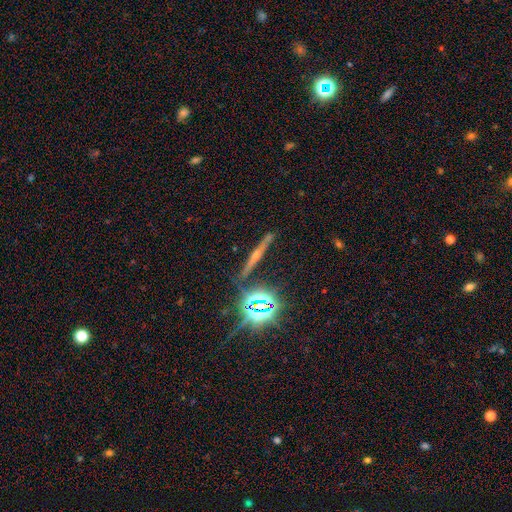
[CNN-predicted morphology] A featured or disk galaxy (57%) viewed edge-on (96%) with a rounded central bulge (81%).

Vote fractions:
- Smooth or featured? featured or disk: 57% / star or artifact: 26% / smooth: 17%
- Edge-on disk? yes: 96% / no: 4%
- Edge-on bulge? rounded: 81% / none: 12% / boxy: 7%
- Merging? none: 87% / minor disturbance: 8% / merger: 2% / major disturbance: 2%